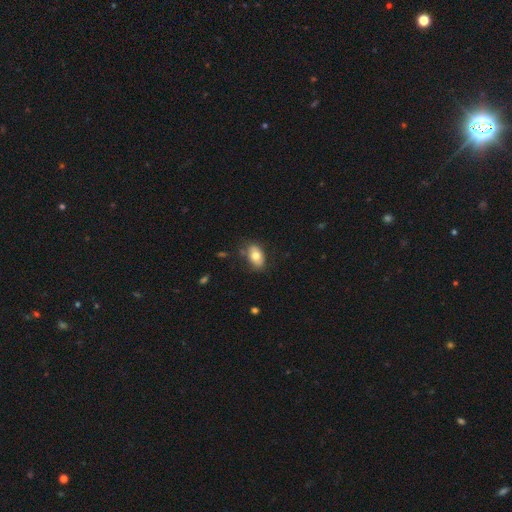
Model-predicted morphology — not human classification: The model was most divided on "smooth or featured": smooth: 73%, featured or disk: 20%, star or artifact: 8%. More confident: how rounded — in between (89%); merging — none (74%).